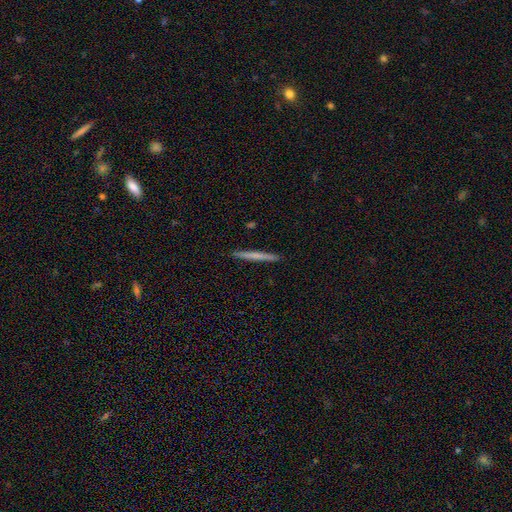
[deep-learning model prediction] This is possibly a smooth galaxy (58%). How rounded: clearly cigar-shaped (97%). Merging: clearly none (92%).